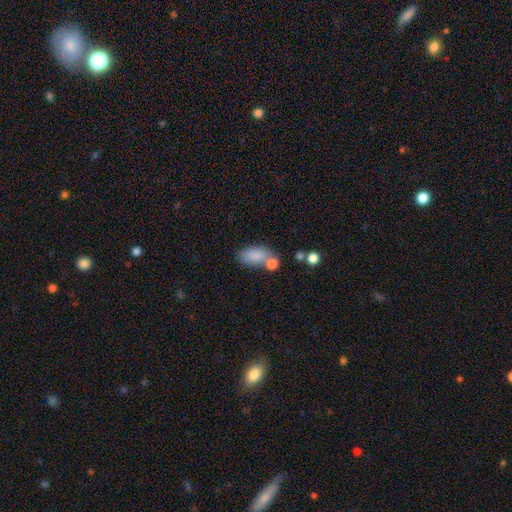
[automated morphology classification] This appears to be a smooth galaxy with no disk features (83%) that is in between round and cigar-shaped (89%). Merging: none (51%).